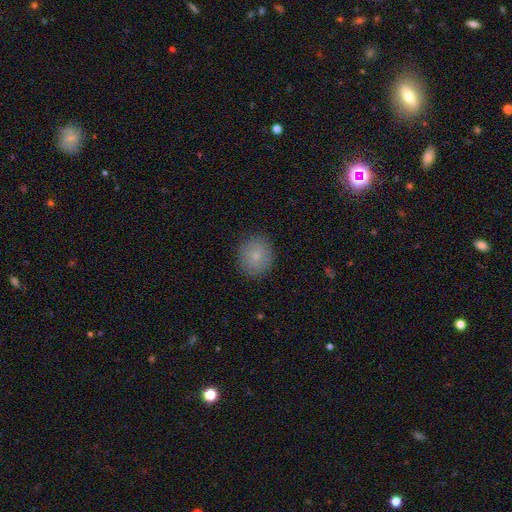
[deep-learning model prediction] Smooth or featured? smooth (79%)
How rounded? round (77%)
Merging? none (88%)